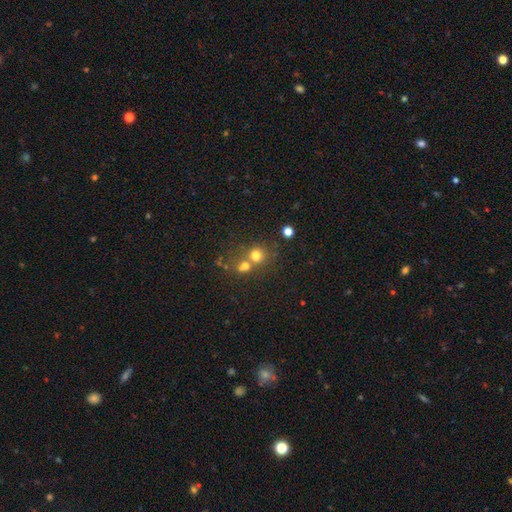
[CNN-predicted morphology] A smooth galaxy with no disk features (72%) that is round (82%).

Vote fractions:
- Smooth or featured? smooth: 72% / star or artifact: 16% / featured or disk: 12%
- How rounded? round: 82% / in between: 17% / cigar-shaped: 1%
- Merging? merger: 45% / none: 44% / minor disturbance: 7% / major disturbance: 4%